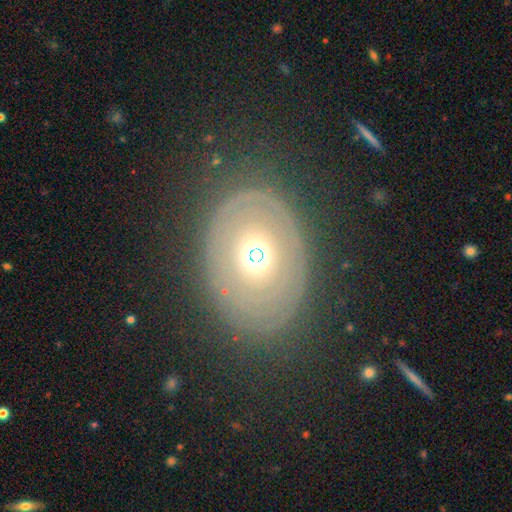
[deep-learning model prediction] Smooth or featured?
  - featured or disk: 57% *
  - smooth: 33%
  - star or artifact: 10%
Edge-on disk?
  - no: 93% *
  - yes: 7%
Bar?
  - no: 85% *
  - weak: 10%
  - strong: 5%
Spiral arms?
  - no: 61% *
  - yes: 39%
Bulge size?
  - moderate: 61% *
  - large: 17%
  - small: 17%
  - dominant: 3%
  - none: 2%
Merging?
  - none: 78% *
  - minor disturbance: 13%
  - major disturbance: 7%
  - merger: 2%